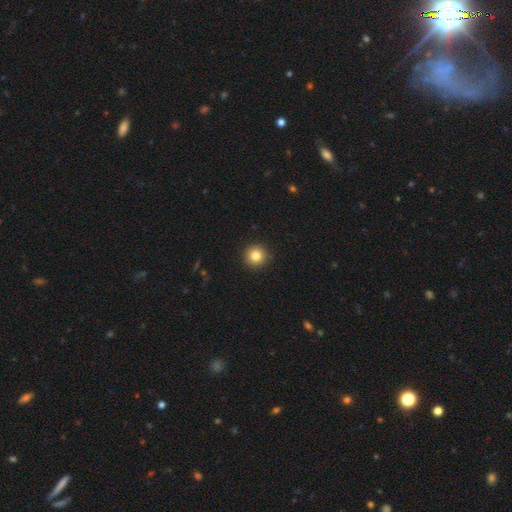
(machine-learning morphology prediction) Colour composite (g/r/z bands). It shows a smooth galaxy with no disk features (83%) that is round (96%). Merging: none (93%).